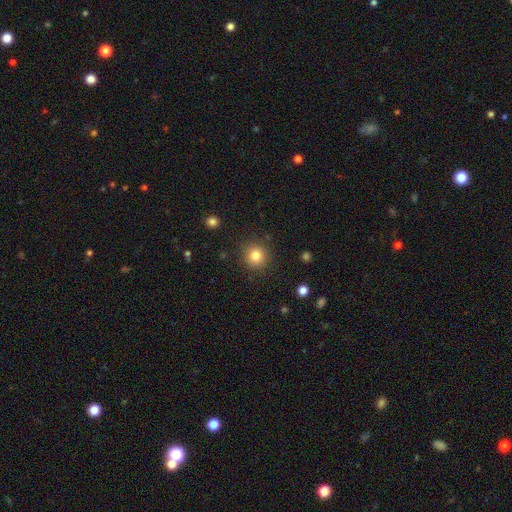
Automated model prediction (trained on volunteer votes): Overall: smooth (82%). How rounded: round (93%). Merging: none (89%).